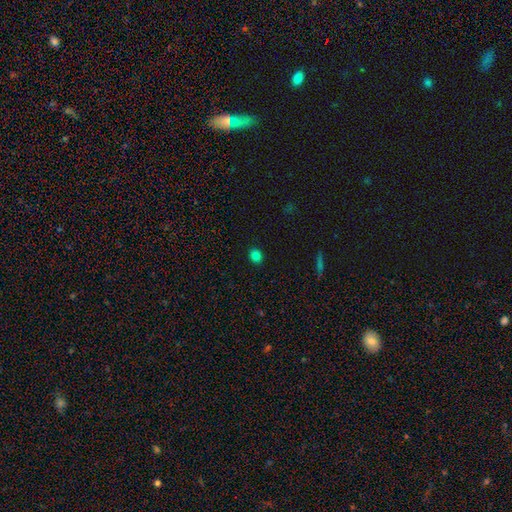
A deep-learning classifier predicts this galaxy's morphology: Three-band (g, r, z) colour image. It shows a smooth galaxy with no disk features (83%) that is round (62%). Merging: none (90%).